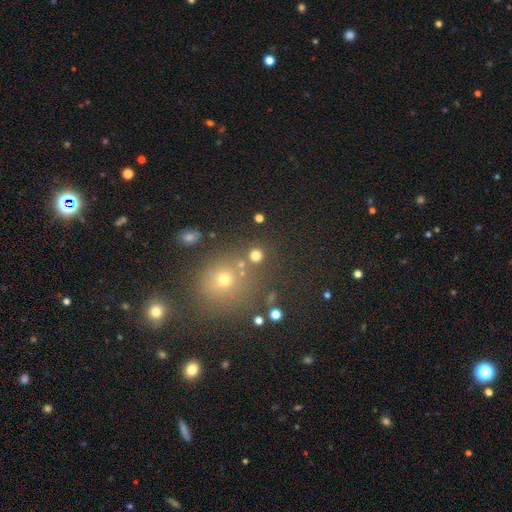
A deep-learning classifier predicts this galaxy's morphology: Smooth or featured? Predicted: smooth (p=0.74). How rounded? Predicted: round (p=0.91). Merging? Predicted: none (p=0.78).